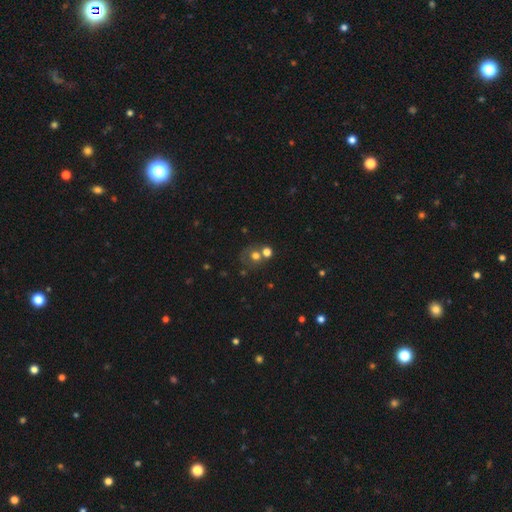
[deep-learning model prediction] Overall: smooth (61%; featured or disk 21%). How rounded: round (81%). Merging: none (49%; merger 33%).